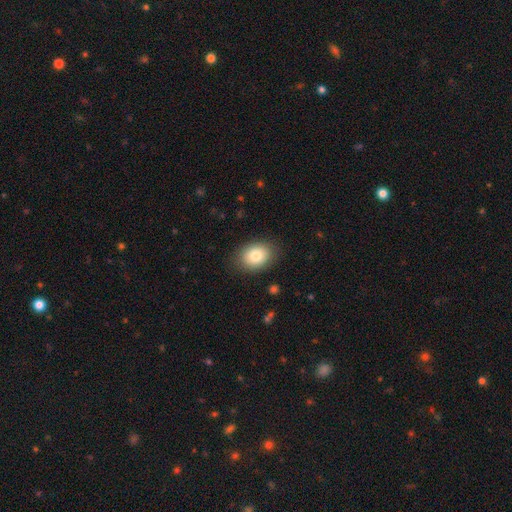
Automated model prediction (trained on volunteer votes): smooth-or-featured: smooth: 81% | featured or disk: 11% | star or artifact: 8%
  how-rounded: in between: 65% | round: 34% | cigar-shaped: 1%
  merging: none: 85% | minor disturbance: 11% | major disturbance: 3% | merger: 1%